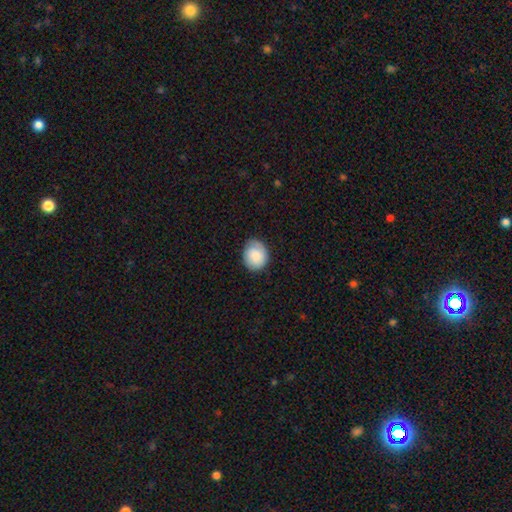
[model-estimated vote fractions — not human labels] Q: Smooth or featured?
A: smooth (83%); runner-up: featured or disk (11%)
Q: How rounded?
A: round (60%); runner-up: in between (39%)
Q: Merging?
A: none (77%); runner-up: minor disturbance (18%)